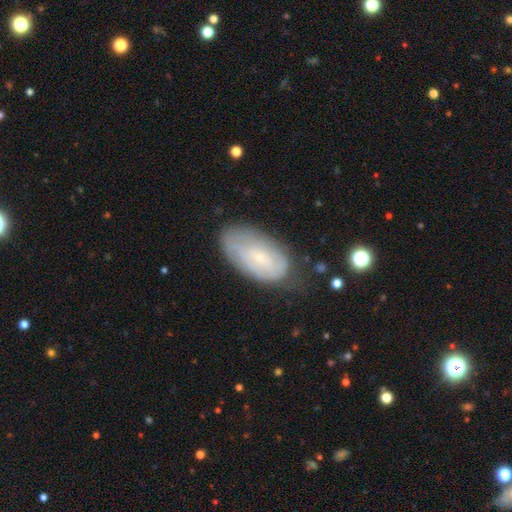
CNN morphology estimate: smooth-or-featured: smooth: 49% | featured or disk: 42% | star or artifact: 10%
  merging: none: 68% | minor disturbance: 23% | major disturbance: 6% | merger: 2%